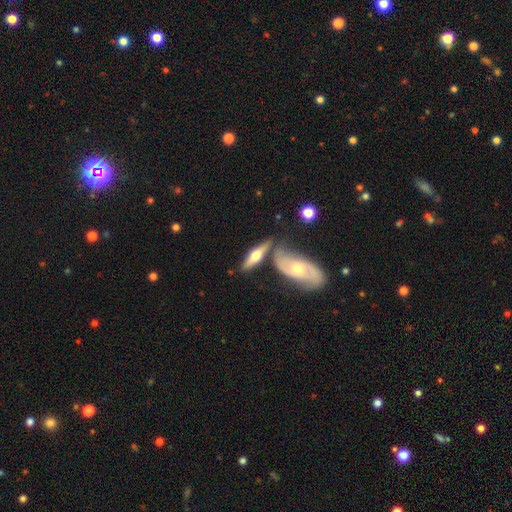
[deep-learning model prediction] This is possibly a featured or disk galaxy (60%). It is clearly viewed edge-on (84%). Edge-on bulge: clearly rounded (94%). Merging: possibly none (55%).